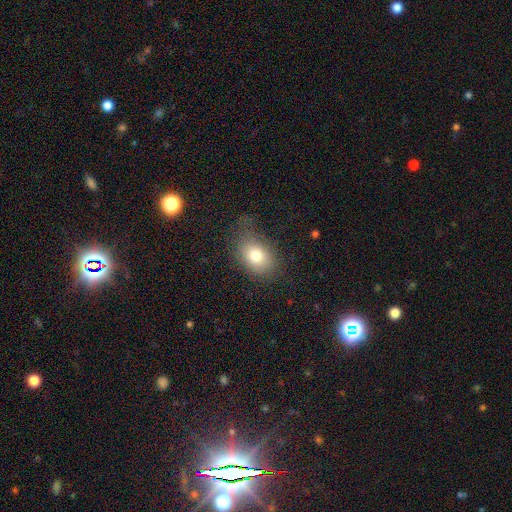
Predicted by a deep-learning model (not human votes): Smooth or featured? Predicted: smooth (p=0.77). How rounded? Predicted: in between (p=0.73). Merging? Predicted: none (p=0.62).